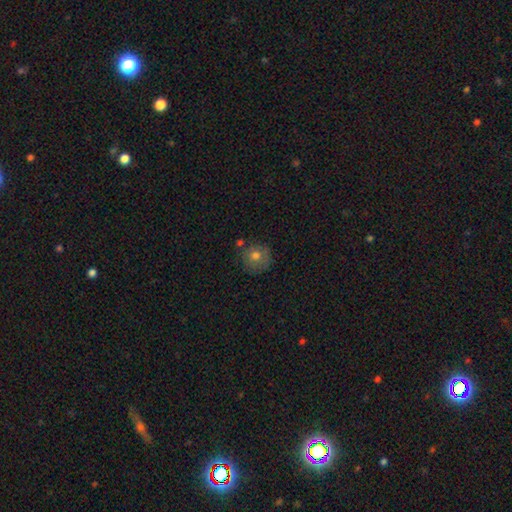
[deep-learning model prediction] Smooth or featured? Predicted: smooth (p=0.64). How rounded? Predicted: round (p=0.92). Merging? Predicted: none (p=0.74).